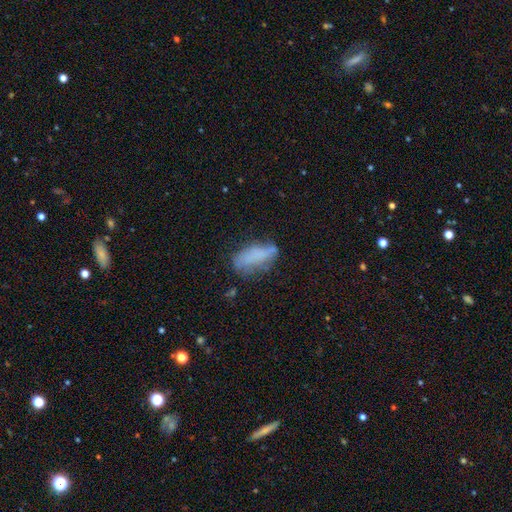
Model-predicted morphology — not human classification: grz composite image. It shows a smooth galaxy with no disk features (63%) that is in between round and cigar-shaped (75%). Merging: none (49%).